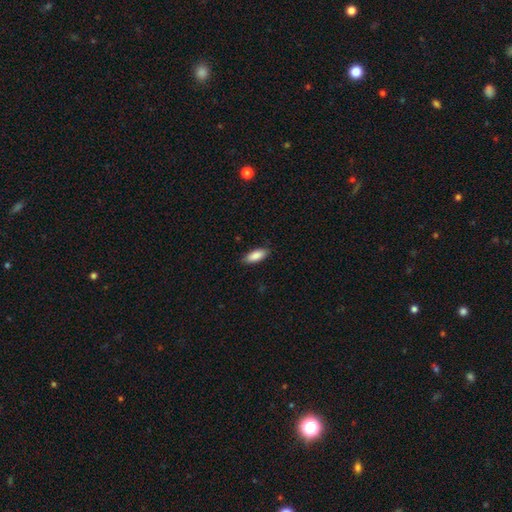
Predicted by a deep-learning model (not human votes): Morphology: type=smooth (88%); roundness=in between (79%); merging=none (85%).